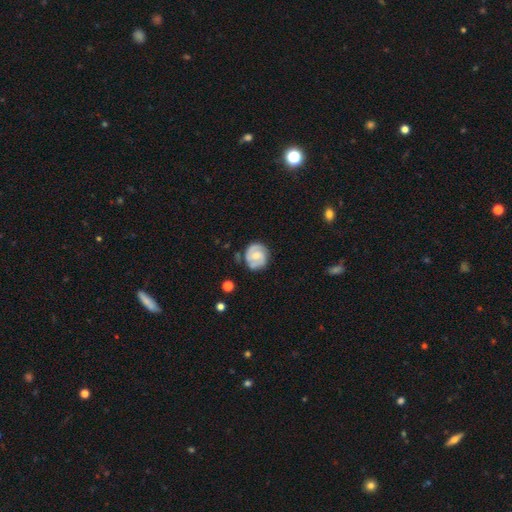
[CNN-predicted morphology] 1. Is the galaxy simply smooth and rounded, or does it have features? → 72% featured or disk, 22% smooth, 6% star or artifact.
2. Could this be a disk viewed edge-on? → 98% no, 2% yes.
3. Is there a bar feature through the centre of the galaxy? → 57% no, 36% weak, 6% strong.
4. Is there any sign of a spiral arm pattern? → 93% yes, 7% no.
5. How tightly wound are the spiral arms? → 56% tight, 36% medium, 9% loose.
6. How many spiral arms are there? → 72% 2, 12% can't tell, 9% 3, 4% 1, 2% 4, 2% more than 4.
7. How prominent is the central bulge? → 46% moderate, 44% small, 6% none, 3% large, 1% dominant.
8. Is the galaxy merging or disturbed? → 75% none, 18% minor disturbance, 5% major disturbance, 3% merger.